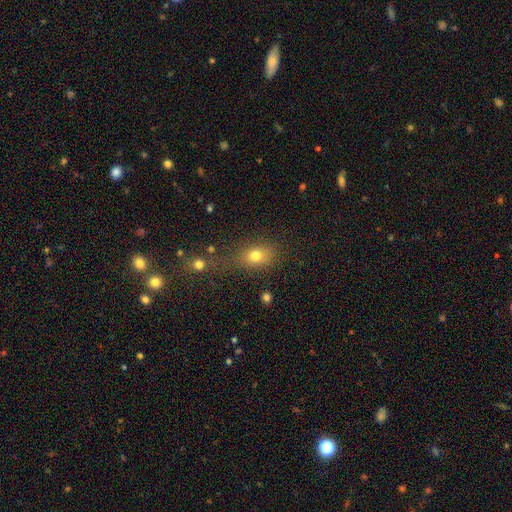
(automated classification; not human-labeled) smooth_or_featured: smooth (p=0.75) [alt: star or artifact p=0.14]
how_rounded: in between (p=0.56) [alt: round p=0.41]
merging: none (p=0.51) [alt: merger p=0.22]